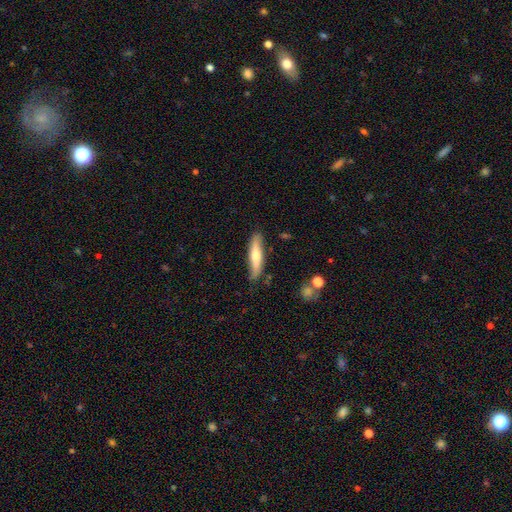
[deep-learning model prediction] Smooth or featured? Predicted: smooth (p=0.55). How rounded? Predicted: cigar-shaped (p=0.81). Merging? Predicted: none (p=0.78).